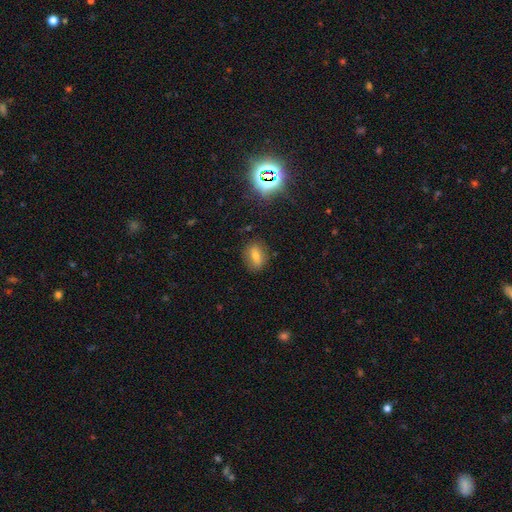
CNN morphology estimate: type=smooth (62%); roundness=in between (63%); merging=none (84%).